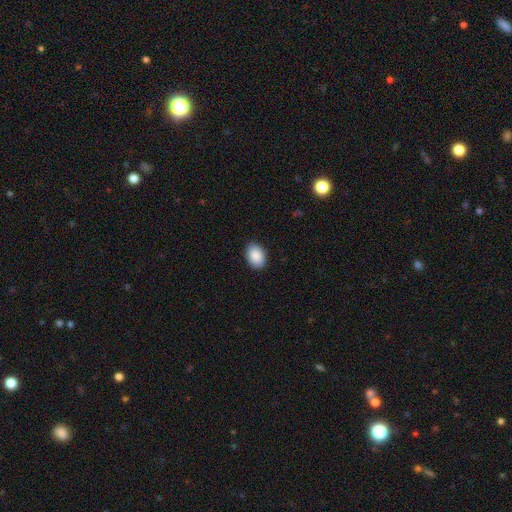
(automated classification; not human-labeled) Smooth or featured: smooth — 90% (star or artifact — 7%)
How rounded: in between — 85% (round — 14%)
Merging: none — 89% (minor disturbance — 8%)